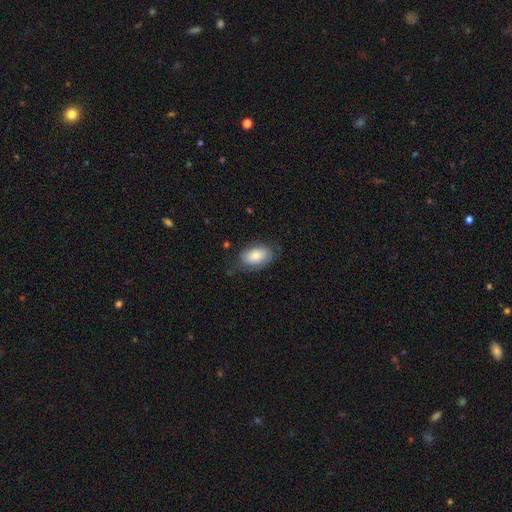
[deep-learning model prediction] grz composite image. It shows a smooth galaxy with no disk features (77%) that is in between round and cigar-shaped (91%). Merging: none (68%).